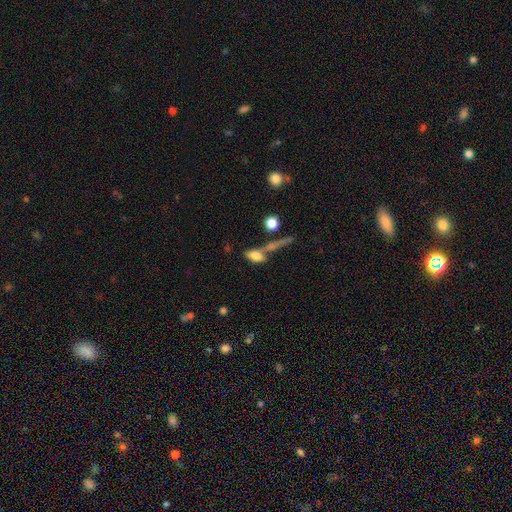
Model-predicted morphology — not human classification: The model was most divided on "merging": none: 42%, merger: 35%, minor disturbance: 13%, major disturbance: 10%. More confident: how rounded — in between (75%); smooth or featured — smooth (70%).